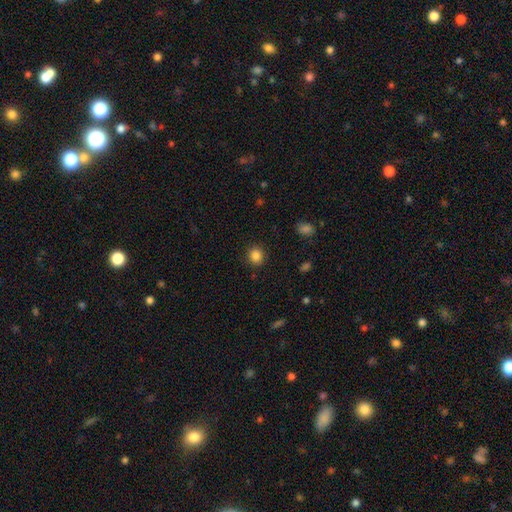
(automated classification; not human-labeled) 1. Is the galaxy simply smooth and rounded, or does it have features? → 85% smooth, 11% star or artifact, 4% featured or disk.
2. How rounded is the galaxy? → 81% round, 18% in between, 1% cigar-shaped.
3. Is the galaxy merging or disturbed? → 90% none, 7% minor disturbance, 2% major disturbance, 1% merger.